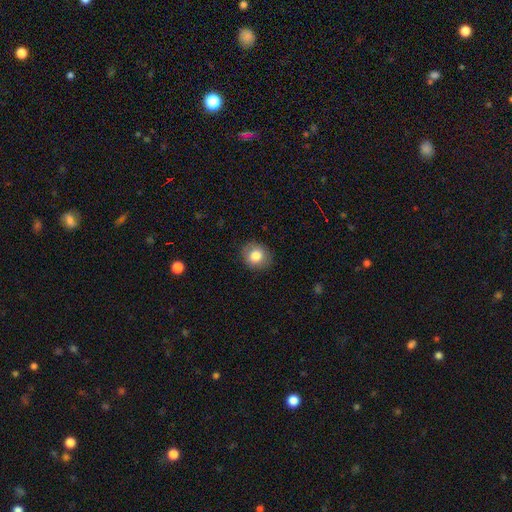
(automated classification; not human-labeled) The model was most divided on "how rounded": round: 74%, in between: 25%, cigar-shaped: 1%. More confident: merging — none (87%); smooth or featured — smooth (81%).